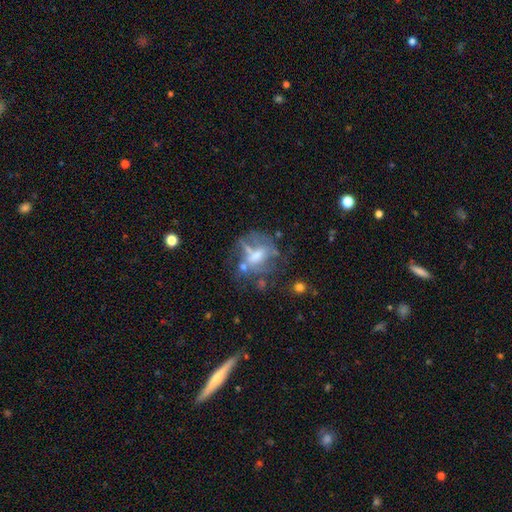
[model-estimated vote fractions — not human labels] Overall: featured or disk (57%; smooth 29%). Edge-on disk: no (94%). Bar: no (59%; weak 30%). Spiral arms: no (77%). Bulge size: moderate (47%; small 28%). Merging: none (38%; major disturbance 29%).